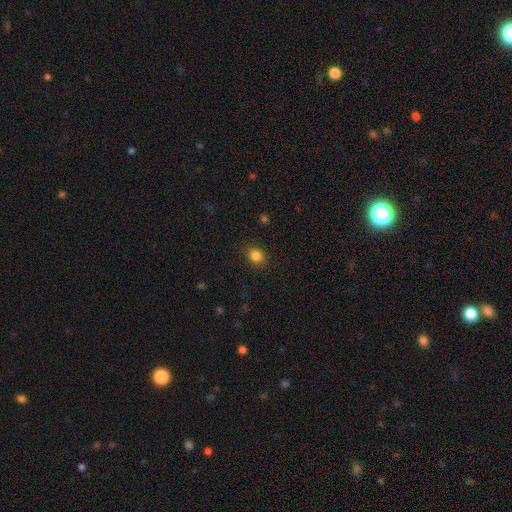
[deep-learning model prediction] Smooth or featured: smooth — 84% (star or artifact — 11%)
How rounded: round — 63% (in between — 36%)
Merging: none — 86% (minor disturbance — 10%)